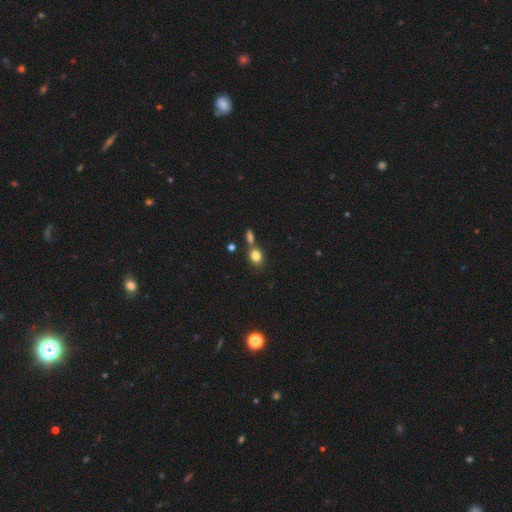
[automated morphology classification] type=smooth (82%); roundness=round (55%); merging=none (59%).